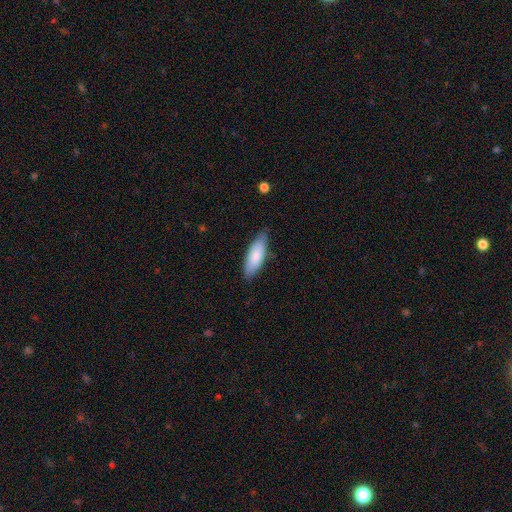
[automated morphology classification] smooth 82%, featured or disk 13%, star or artifact 5%. Down the decision tree: how rounded — in between (63%); merging — none (78%).